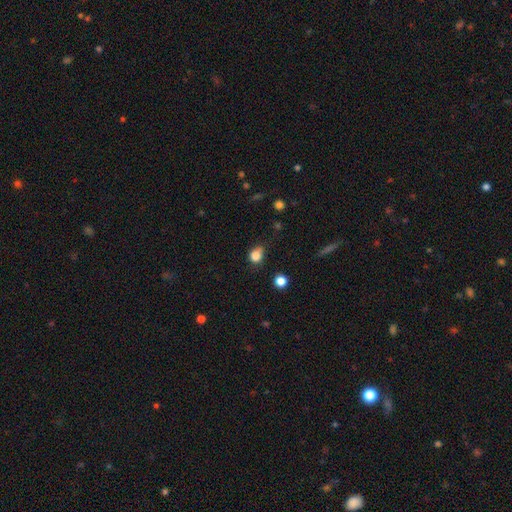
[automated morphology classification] Q: Smooth or featured?
A: smooth (82%); runner-up: star or artifact (12%)
Q: How rounded?
A: round (64%); runner-up: in between (35%)
Q: Merging?
A: none (52%); runner-up: minor disturbance (34%)